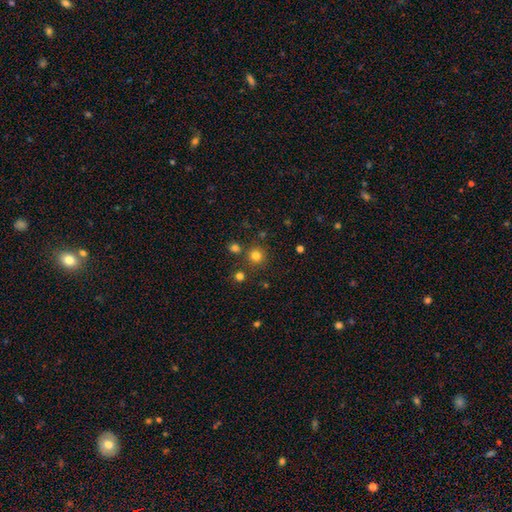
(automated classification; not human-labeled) A smooth galaxy with no disk features (78%) that is round (93%).

Vote fractions:
- Smooth or featured? smooth: 78% / star or artifact: 16% / featured or disk: 6%
- How rounded? round: 93% / in between: 6% / cigar-shaped: 1%
- Merging? none: 81% / merger: 8% / minor disturbance: 7% / major disturbance: 3%